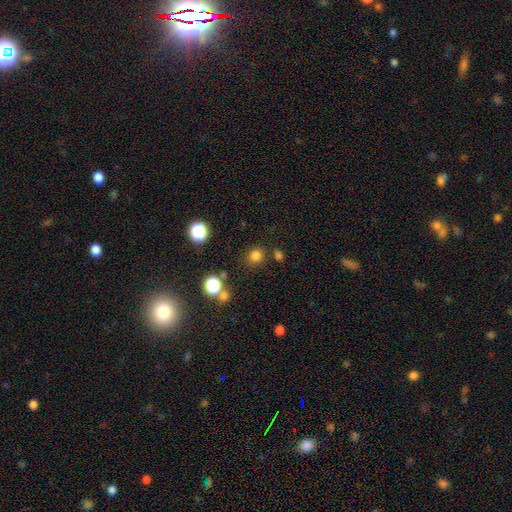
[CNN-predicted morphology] Q: Smooth or featured?
A: smooth (77%); runner-up: star or artifact (19%)
Q: How rounded?
A: round (84%); runner-up: in between (15%)
Q: Merging?
A: none (81%); runner-up: minor disturbance (9%)